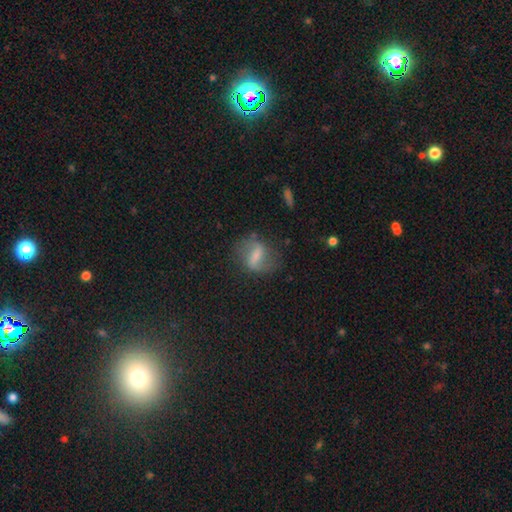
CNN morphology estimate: smooth-or-featured: featured or disk: 59% | smooth: 31% | star or artifact: 10%
  disk-edge-on: no: 93% | yes: 7%
    bar: strong: 57% | weak: 32% | no: 11%
    has-spiral-arms: yes: 73% | no: 27%
    bulge-size: none: 43% | small: 23% | moderate: 22% | large: 9% | dominant: 2%
  merging: none: 69% | minor disturbance: 18% | major disturbance: 11% | merger: 2%